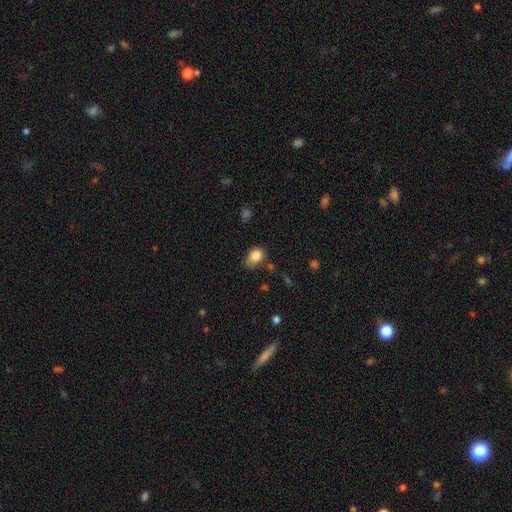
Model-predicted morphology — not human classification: A smooth galaxy with no disk features (84%) that is in between round and cigar-shaped (66%).

Vote fractions:
- Smooth or featured? smooth: 84% / star or artifact: 9% / featured or disk: 7%
- How rounded? in between: 66% / round: 33% / cigar-shaped: 1%
- Merging? none: 51% / minor disturbance: 35% / major disturbance: 9% / merger: 5%